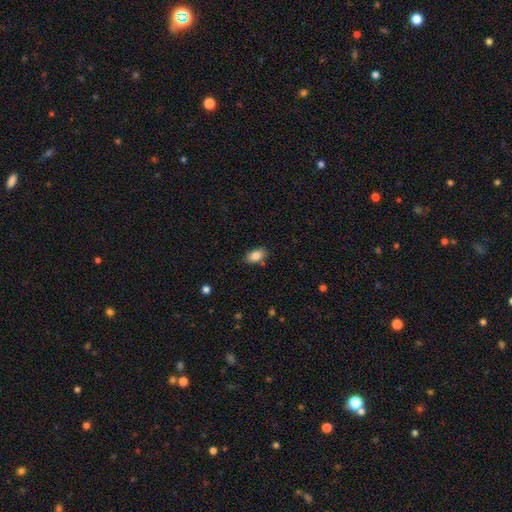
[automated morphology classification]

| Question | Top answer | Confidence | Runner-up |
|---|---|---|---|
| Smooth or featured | smooth | 85% | star or artifact (8%) |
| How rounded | in between | 91% | round (7%) |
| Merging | none | 83% | minor disturbance (11%) |